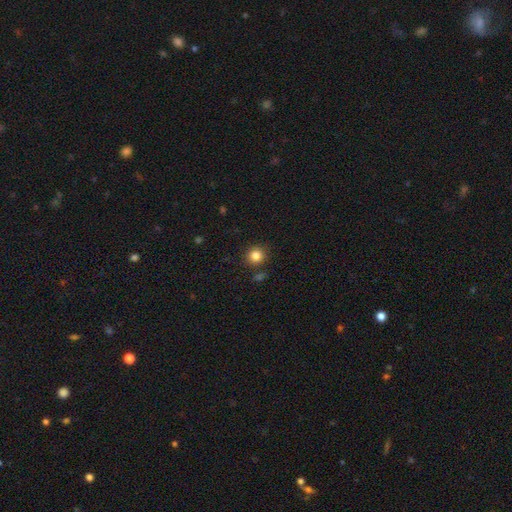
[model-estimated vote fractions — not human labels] This appears to be a smooth galaxy with no disk features (84%) that is round (89%). Merging: none (86%).